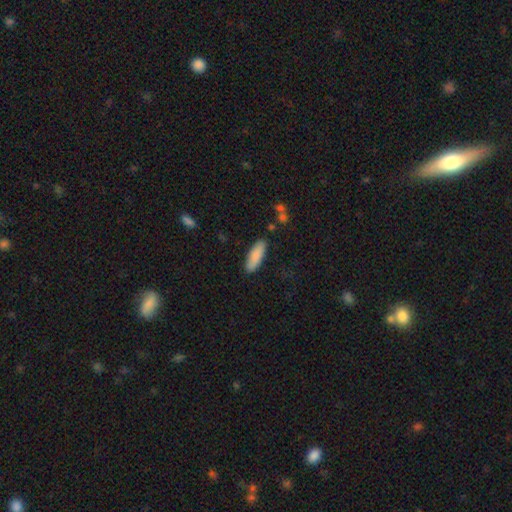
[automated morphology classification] smooth 87%, featured or disk 7%, star or artifact 6%. Down the decision tree: how rounded — in between (63%); merging — none (87%).